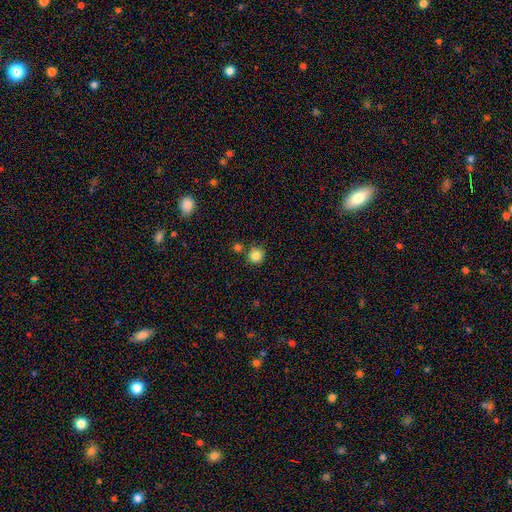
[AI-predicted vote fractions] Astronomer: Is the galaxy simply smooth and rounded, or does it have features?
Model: smooth — 84%.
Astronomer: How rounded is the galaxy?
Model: round — 91%.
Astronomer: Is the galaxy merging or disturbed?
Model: none — 75%.